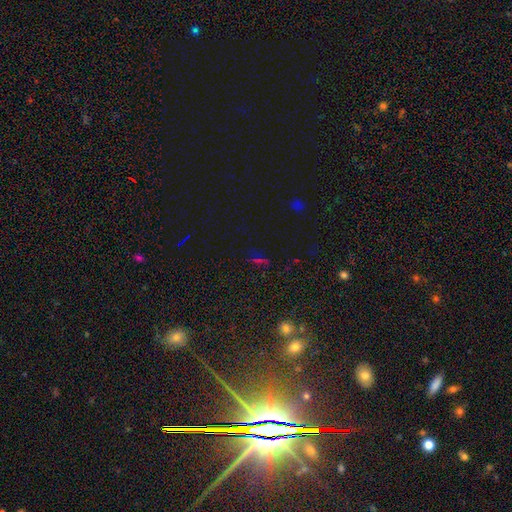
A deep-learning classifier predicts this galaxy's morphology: Smooth or featured: star or artifact — 66% (smooth — 22%)